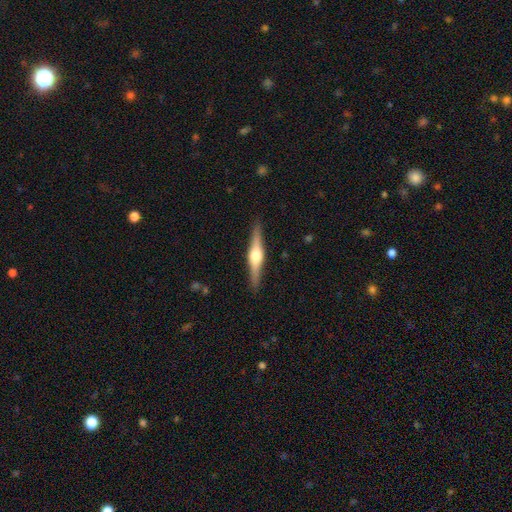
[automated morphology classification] A featured or disk galaxy (73%) viewed edge-on (98%) with a rounded central bulge (92%).

Vote fractions:
- Smooth or featured? featured or disk: 73% / smooth: 22% / star or artifact: 5%
- Edge-on disk? yes: 98% / no: 2%
- Edge-on bulge? rounded: 92% / boxy: 6% / none: 2%
- Merging? none: 90% / minor disturbance: 7% / major disturbance: 1% / merger: 1%